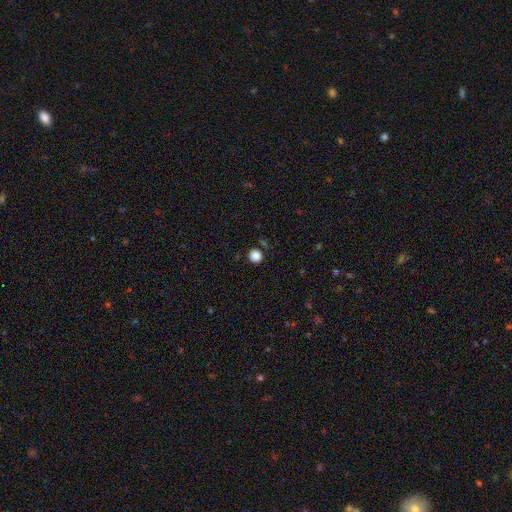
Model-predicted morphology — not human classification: type=smooth (85%); roundness=round (91%); merging=none (86%).